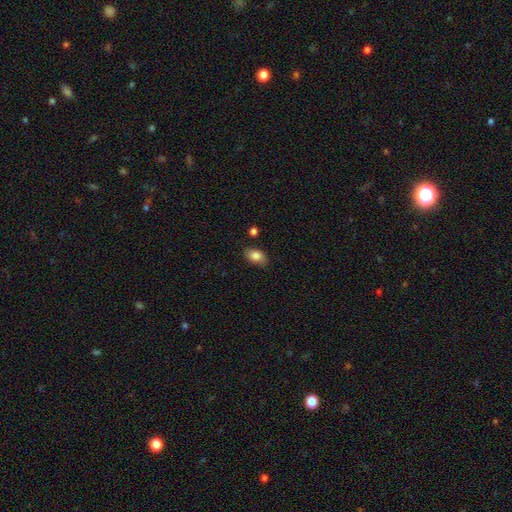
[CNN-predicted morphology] smooth_or_featured: smooth (p=0.84) [alt: featured or disk p=0.09]
how_rounded: in between (p=0.87) [alt: round p=0.12]
merging: none (p=0.79) [alt: minor disturbance p=0.15]